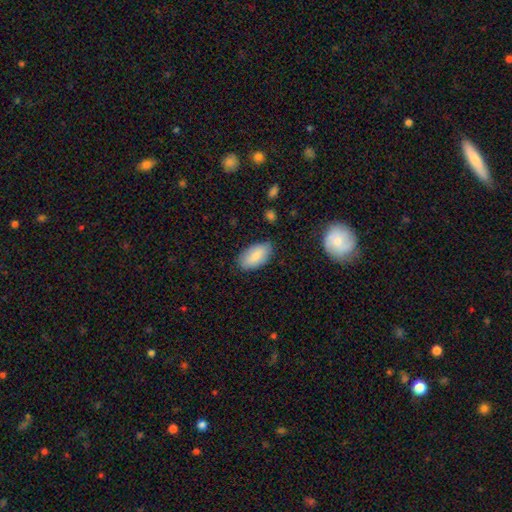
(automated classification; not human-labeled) Morphology: type=smooth (83%); roundness=in between (94%); merging=none (80%).